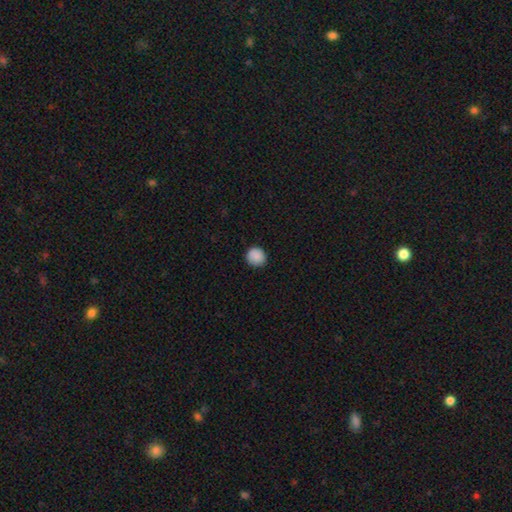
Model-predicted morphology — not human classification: Smooth or featured: smooth — 89% (star or artifact — 8%)
How rounded: round — 92% (in between — 7%)
Merging: none — 89% (minor disturbance — 9%)